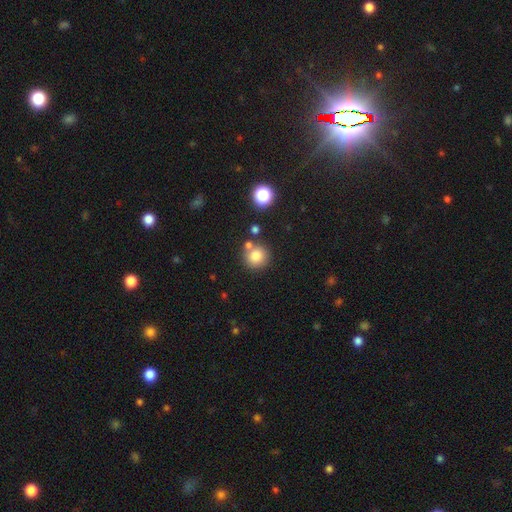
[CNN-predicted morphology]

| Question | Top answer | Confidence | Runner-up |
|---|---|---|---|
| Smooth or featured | smooth | 80% | star or artifact (12%) |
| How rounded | round | 91% | in between (8%) |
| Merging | none | 73% | merger (15%) |